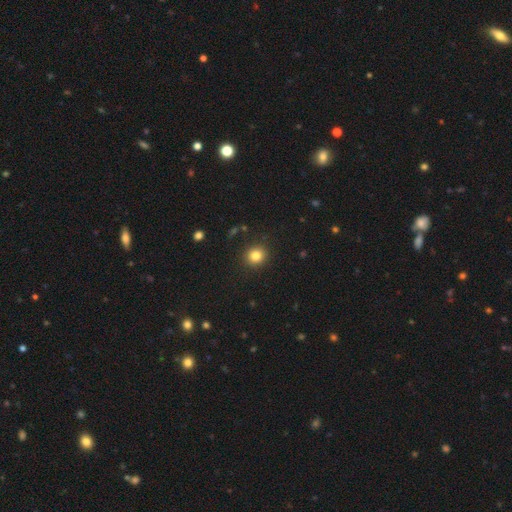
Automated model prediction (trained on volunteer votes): Smooth or featured?
  - smooth: 82% *
  - star or artifact: 12%
  - featured or disk: 6%
How rounded?
  - round: 87% *
  - in between: 12%
  - cigar-shaped: 1%
Merging?
  - none: 90% *
  - minor disturbance: 7%
  - major disturbance: 2%
  - merger: 1%